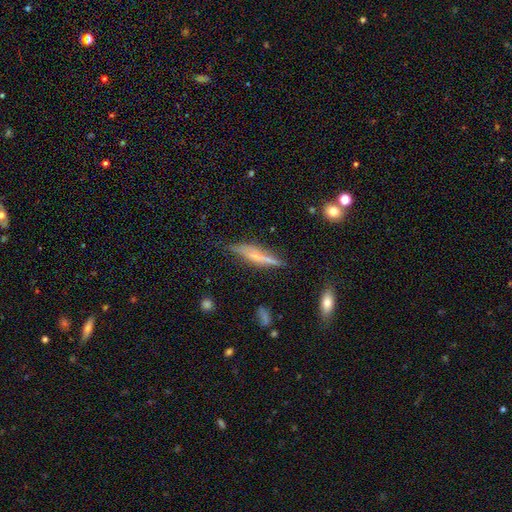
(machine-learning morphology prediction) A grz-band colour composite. It shows a featured or disk galaxy (58%) viewed edge-on (91%) with a rounded central bulge (62%). Merging: none (70%).